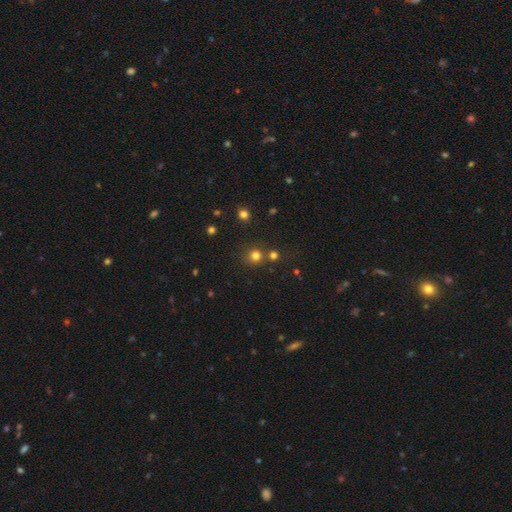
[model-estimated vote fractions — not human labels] Smooth or featured: smooth — 75% (star or artifact — 20%)
How rounded: round — 90% (in between — 9%)
Merging: none — 74% (merger — 15%)